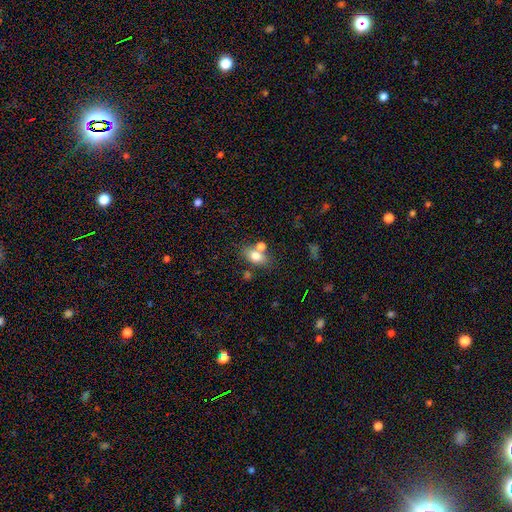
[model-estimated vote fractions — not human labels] smooth-or-featured: smooth: 74% | featured or disk: 16% | star or artifact: 10%
  how-rounded: in between: 80% | round: 16% | cigar-shaped: 4%
  merging: none: 56% | merger: 26% | minor disturbance: 13% | major disturbance: 5%